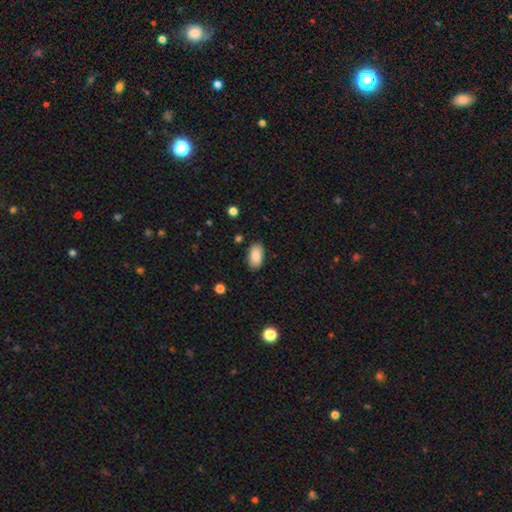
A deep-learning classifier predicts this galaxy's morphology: smooth-or-featured: smooth: 88% | star or artifact: 7% | featured or disk: 6%
  how-rounded: in between: 94% | round: 4% | cigar-shaped: 2%
  merging: none: 86% | minor disturbance: 11% | major disturbance: 2% | merger: 1%